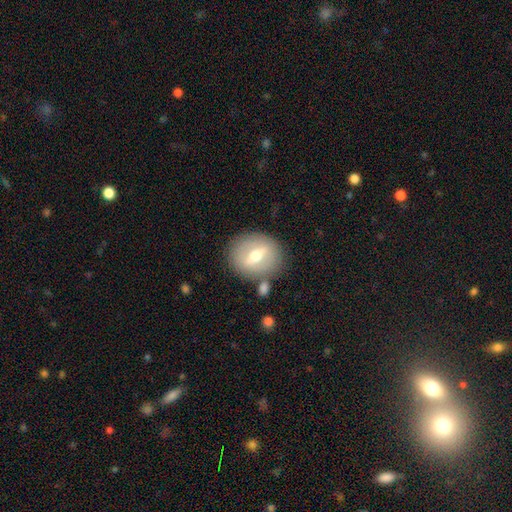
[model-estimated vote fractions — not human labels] A smooth galaxy with no disk features (47%, tied with featured or disk).

Vote fractions:
- Smooth or featured? smooth: 47% (tied) / featured or disk: 47% (tied) / star or artifact: 7%
- Merging? none: 78% / minor disturbance: 12% / merger: 6% / major disturbance: 4%